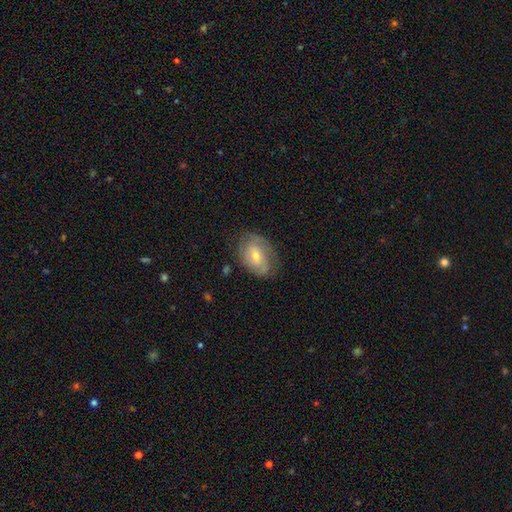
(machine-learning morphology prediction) Smooth or featured: featured or disk — 55% (smooth — 37%)
Edge-on disk: no — 94% (yes — 6%)
Bar: no — 58% (weak — 33%)
Spiral arms: yes — 74% (no — 26%)
Bulge size: small — 48% (tied with moderate — 48%)
Merging: none — 67% (minor disturbance — 24%)